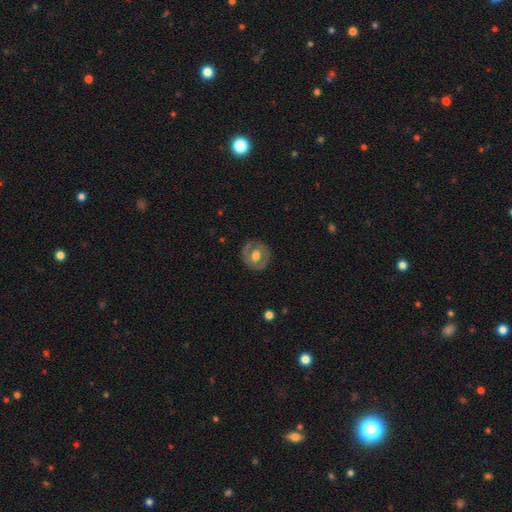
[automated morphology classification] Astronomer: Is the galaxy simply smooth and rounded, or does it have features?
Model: featured or disk — 57% (runner-up: smooth, 38%).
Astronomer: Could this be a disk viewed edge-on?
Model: no — 96%.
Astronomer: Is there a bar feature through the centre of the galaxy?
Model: no — 57% (runner-up: weak, 34%).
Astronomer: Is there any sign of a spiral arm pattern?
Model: no — 57% (runner-up: yes, 43%).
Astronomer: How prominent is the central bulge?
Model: moderate — 63%.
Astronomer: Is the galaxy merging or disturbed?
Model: none — 82%.